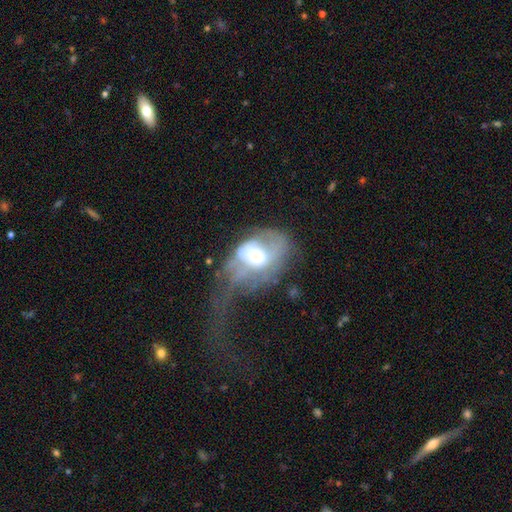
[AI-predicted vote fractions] Overall: featured or disk (55%; smooth 36%). Edge-on disk: no (96%). Bar: no (74%). Spiral arms: no (61%; yes 39%). Bulge size: moderate (56%; large 24%). Merging: major disturbance (63%).